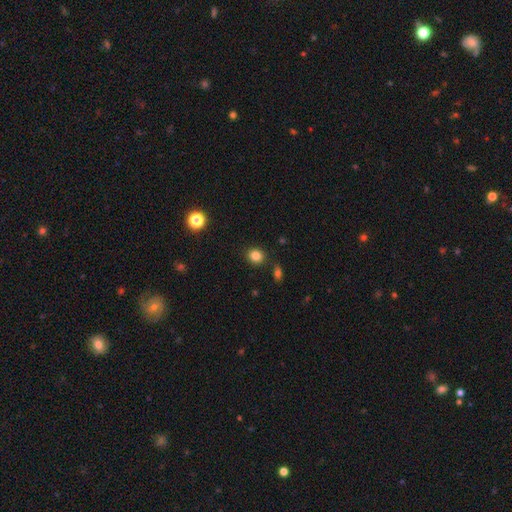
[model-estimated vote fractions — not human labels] Smooth or featured? smooth (83%)
How rounded? round (79%)
Merging? none (87%)